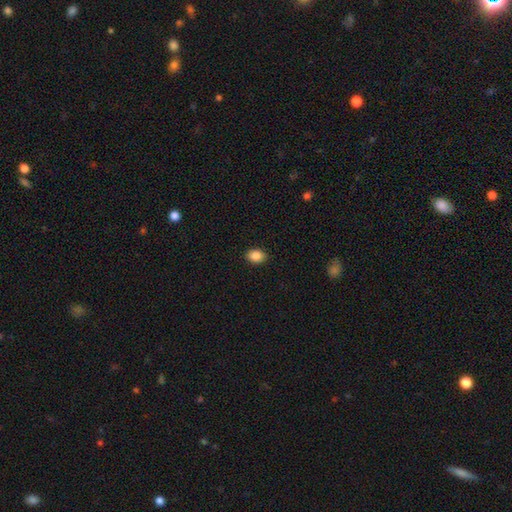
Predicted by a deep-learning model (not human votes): A smooth galaxy with no disk features (88%) that is in between round and cigar-shaped (68%).

Vote fractions:
- Smooth or featured? smooth: 88% / star or artifact: 8% / featured or disk: 4%
- How rounded? in between: 68% / round: 31% / cigar-shaped: 1%
- Merging? none: 89% / minor disturbance: 8% / major disturbance: 2% / merger: 1%